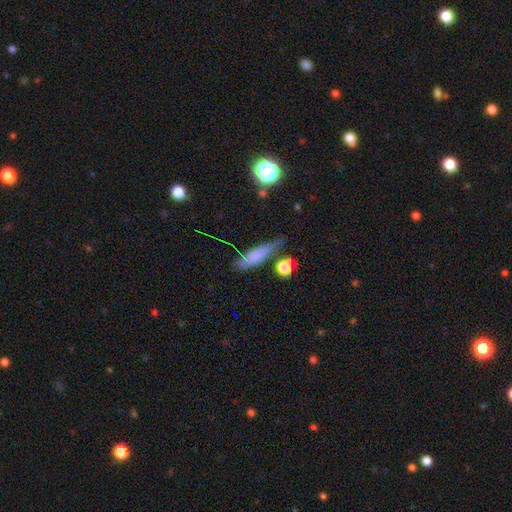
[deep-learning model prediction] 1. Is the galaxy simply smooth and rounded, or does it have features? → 71% smooth, 19% featured or disk, 10% star or artifact.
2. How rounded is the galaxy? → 62% cigar-shaped, 34% in between, 4% round.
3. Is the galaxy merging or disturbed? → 61% none, 25% minor disturbance, 7% major disturbance, 7% merger.